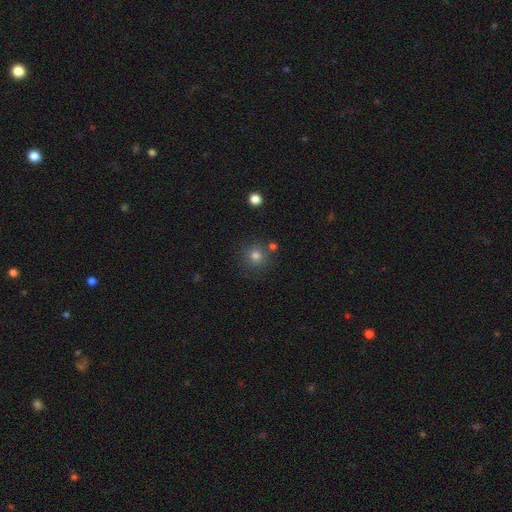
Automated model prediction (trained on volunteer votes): This is likely a smooth galaxy (78%). How rounded: clearly round (94%). Merging: clearly none (81%).